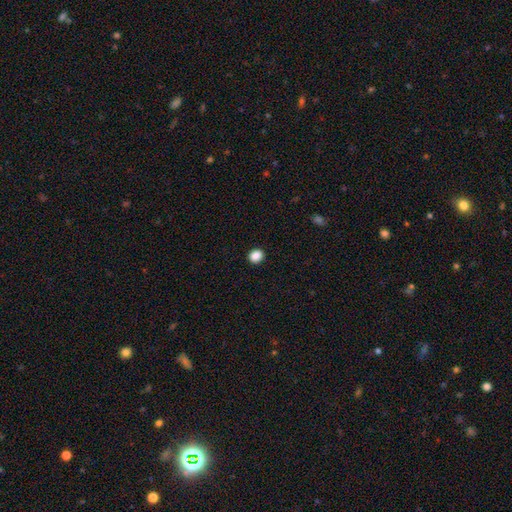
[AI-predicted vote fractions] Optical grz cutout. It shows a smooth galaxy with no disk features (88%) that is round (71%). Merging: none (92%).